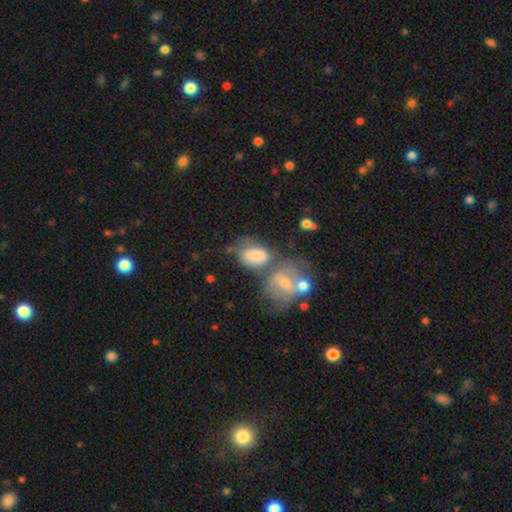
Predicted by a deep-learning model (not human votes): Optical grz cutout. It shows a smooth galaxy with no disk features (65%) that is in between round and cigar-shaped (80%). Merging: merger (43%).